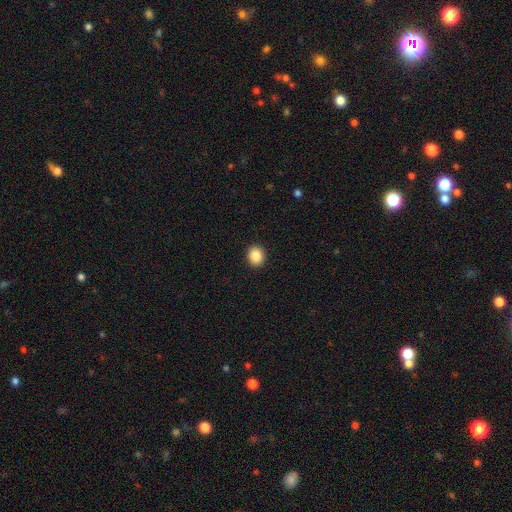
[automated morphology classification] smooth-or-featured: smooth: 87% | star or artifact: 9% | featured or disk: 4%
  how-rounded: round: 67% | in between: 32% | cigar-shaped: 1%
  merging: none: 92% | minor disturbance: 5% | major disturbance: 2% | merger: 1%